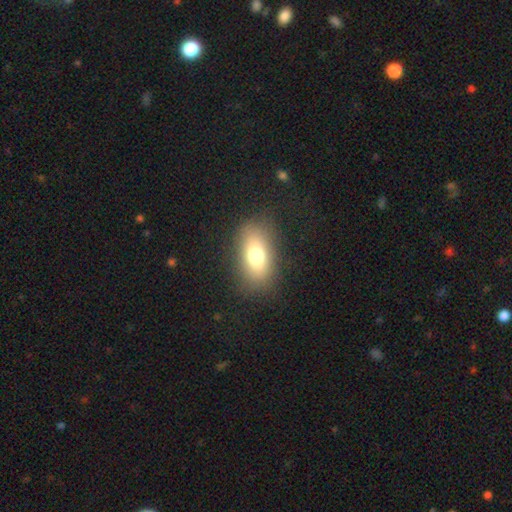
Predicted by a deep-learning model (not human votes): smooth-or-featured: smooth: 74% | featured or disk: 15% | star or artifact: 11%
  how-rounded: in between: 85% | round: 11% | cigar-shaped: 5%
  merging: none: 84% | minor disturbance: 10% | major disturbance: 5% | merger: 1%